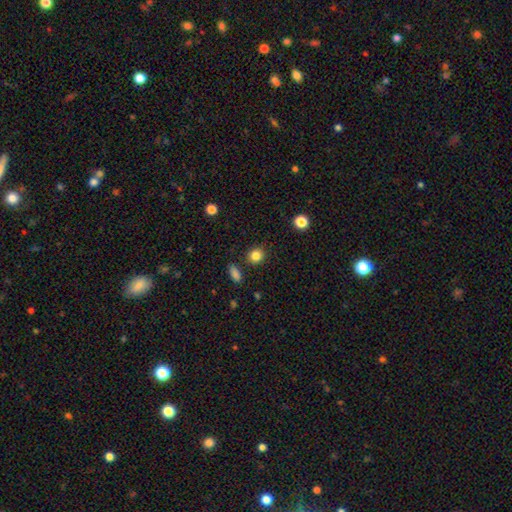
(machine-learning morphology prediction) This appears to be a smooth galaxy with no disk features (84%) that is round (84%). Merging: none (88%).